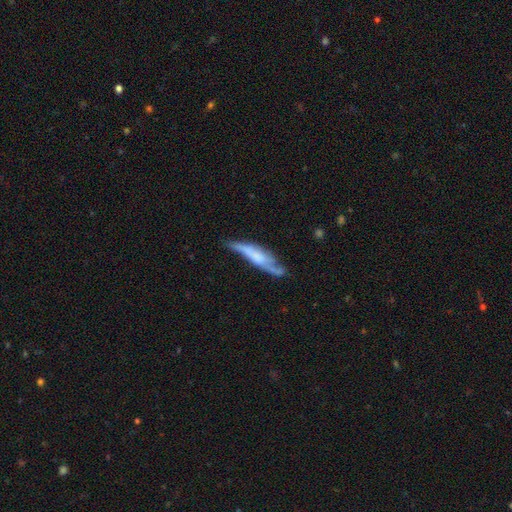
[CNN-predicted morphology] Smooth or featured?
  - featured or disk: 58% *
  - smooth: 35%
  - star or artifact: 7%
Edge-on disk?
  - yes: 58% *
  - no: 42%
Merging?
  - none: 48% *
  - minor disturbance: 31%
  - major disturbance: 16%
  - merger: 5%